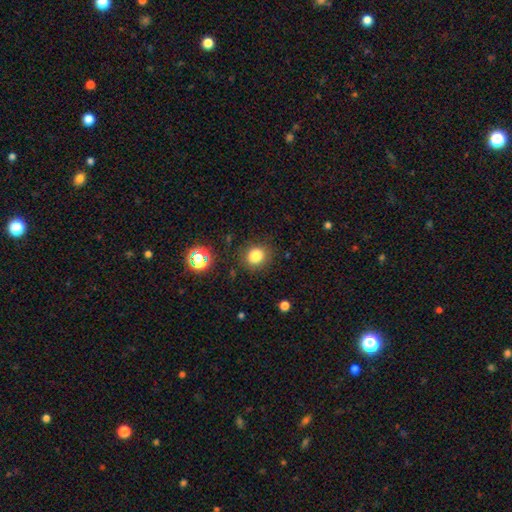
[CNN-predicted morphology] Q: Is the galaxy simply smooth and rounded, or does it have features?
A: smooth — 83%.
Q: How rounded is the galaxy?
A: round — 77%.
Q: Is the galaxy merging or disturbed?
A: none — 85%.